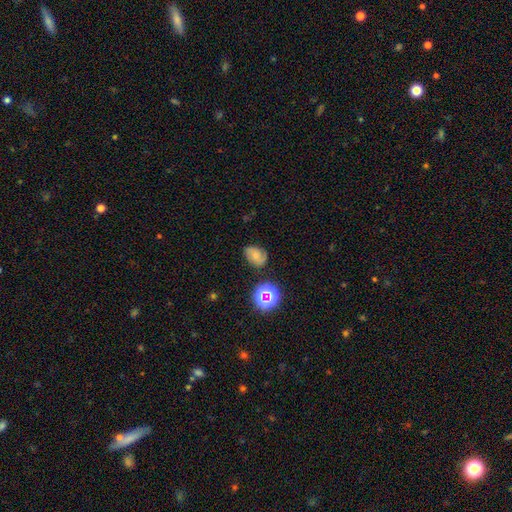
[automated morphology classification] Smooth or featured? Predicted: smooth (p=0.46). Merging? Predicted: none (p=0.71).